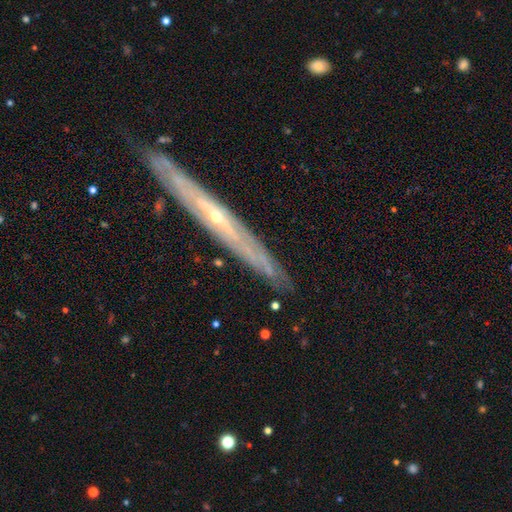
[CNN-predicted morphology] Smooth or featured?
  - featured or disk: 80% *
  - smooth: 13%
  - star or artifact: 7%
Edge-on disk?
  - yes: 69% *
  - no: 31%
Edge-on bulge?
  - rounded: 59% *
  - none: 39%
  - boxy: 2%
Merging?
  - none: 82% *
  - minor disturbance: 13%
  - major disturbance: 3%
  - merger: 2%